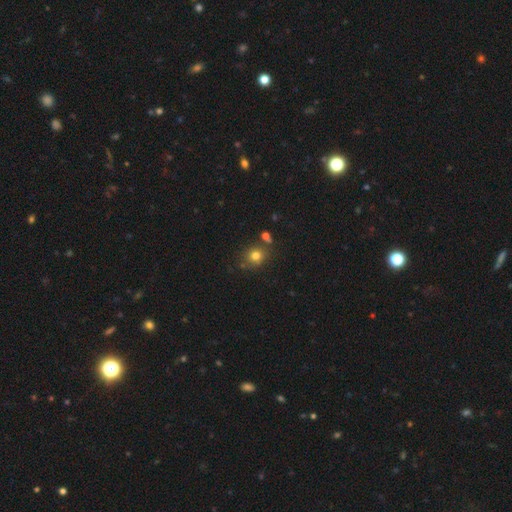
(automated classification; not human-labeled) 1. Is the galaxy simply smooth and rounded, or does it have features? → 77% smooth, 13% star or artifact, 9% featured or disk.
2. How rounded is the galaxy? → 74% round, 25% in between, 1% cigar-shaped.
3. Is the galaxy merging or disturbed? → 70% none, 14% minor disturbance, 12% merger, 4% major disturbance.